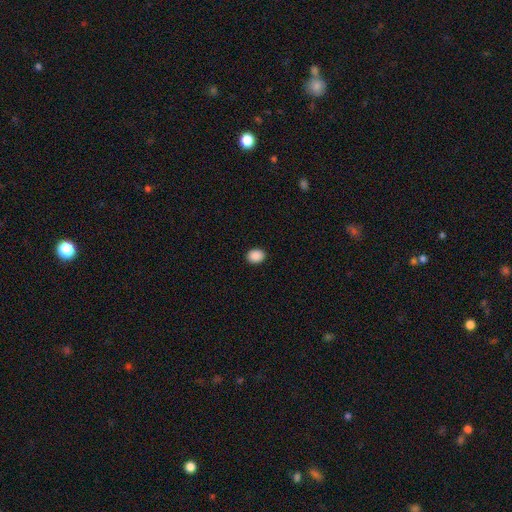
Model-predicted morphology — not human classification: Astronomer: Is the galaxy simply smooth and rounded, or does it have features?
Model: smooth — 90%.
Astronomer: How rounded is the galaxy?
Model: in between — 54% (runner-up: round, 45%).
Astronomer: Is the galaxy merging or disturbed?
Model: none — 91%.